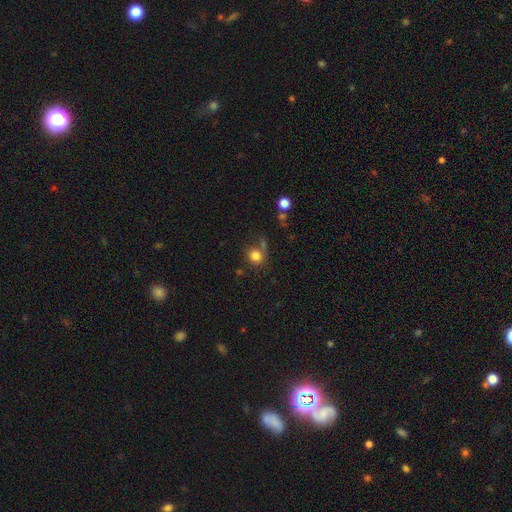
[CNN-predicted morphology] Q: Smooth or featured?
A: smooth (81%); runner-up: star or artifact (12%)
Q: How rounded?
A: round (83%); runner-up: in between (16%)
Q: Merging?
A: none (64%); runner-up: minor disturbance (15%)